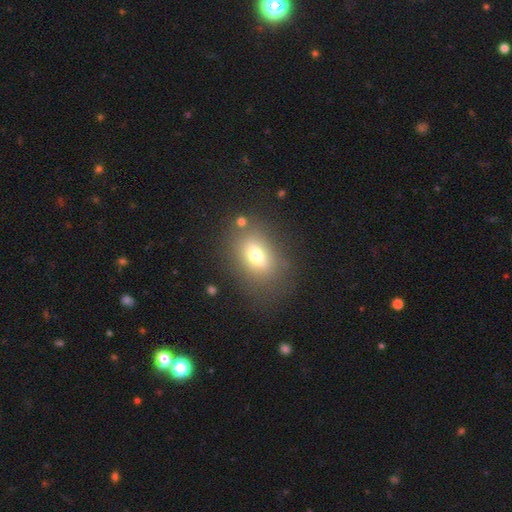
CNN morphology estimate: The model was most divided on "smooth or featured": smooth: 65%, featured or disk: 21%, star or artifact: 13%. More confident: how rounded — in between (75%); merging — none (74%).